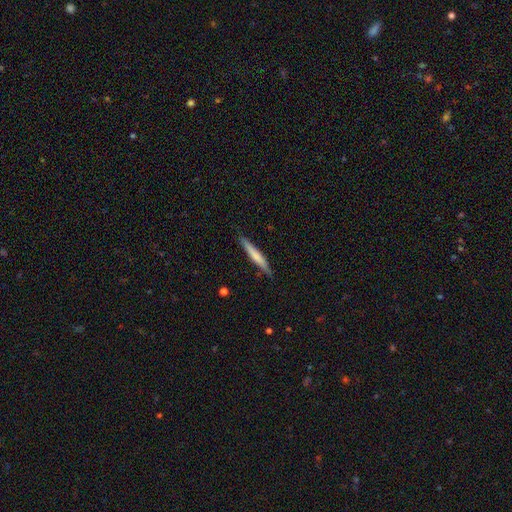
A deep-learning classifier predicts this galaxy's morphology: This is likely a smooth galaxy (61%). How rounded: clearly cigar-shaped (95%). Merging: clearly none (87%).